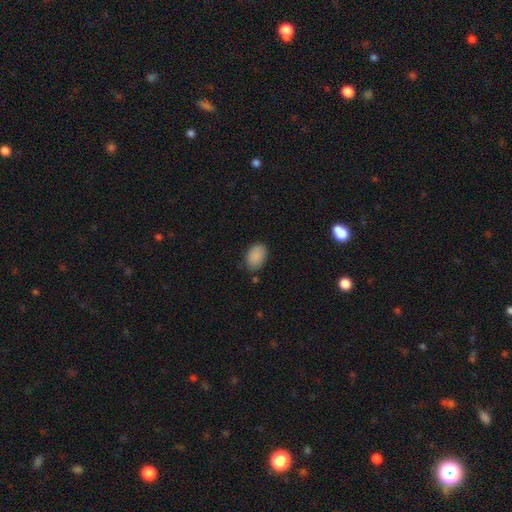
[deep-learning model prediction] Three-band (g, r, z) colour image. It shows a smooth galaxy with no disk features (89%) that is in between round and cigar-shaped (86%). Merging: none (79%).